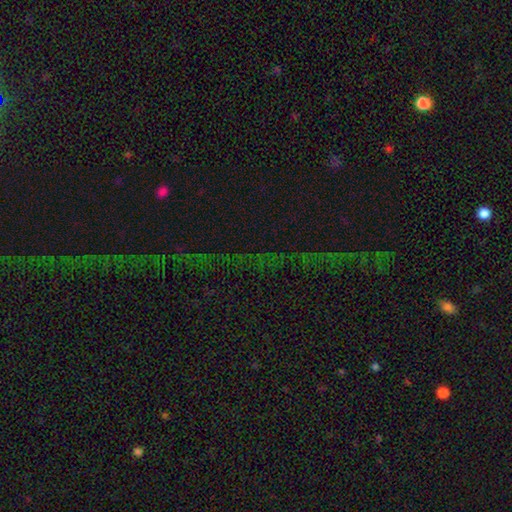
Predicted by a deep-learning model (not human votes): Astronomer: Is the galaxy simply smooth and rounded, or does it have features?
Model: star or artifact — 75%.